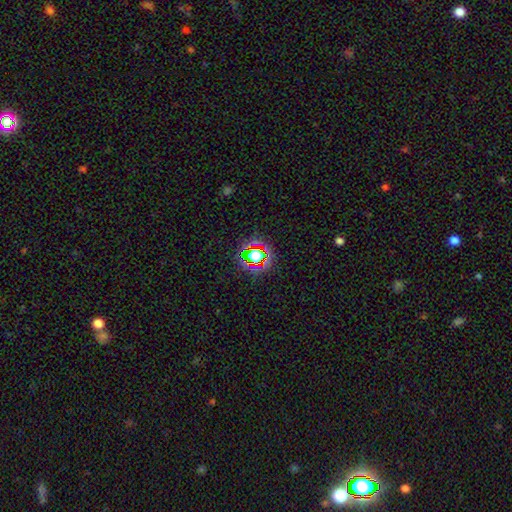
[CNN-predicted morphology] star or artifact 58%, smooth 29%, featured or disk 12%.